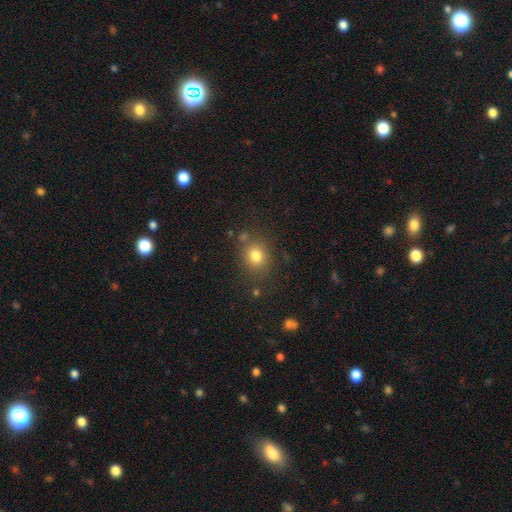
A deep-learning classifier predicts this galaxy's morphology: Smooth or featured? smooth (79%)
How rounded? round (76%)
Merging? none (78%)